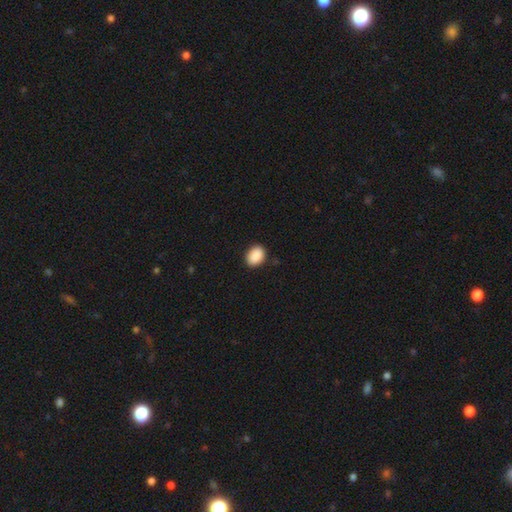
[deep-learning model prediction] The model was most divided on "how rounded": in between: 69%, round: 30%, cigar-shaped: 1%. More confident: smooth or featured — smooth (90%); merging — none (88%).